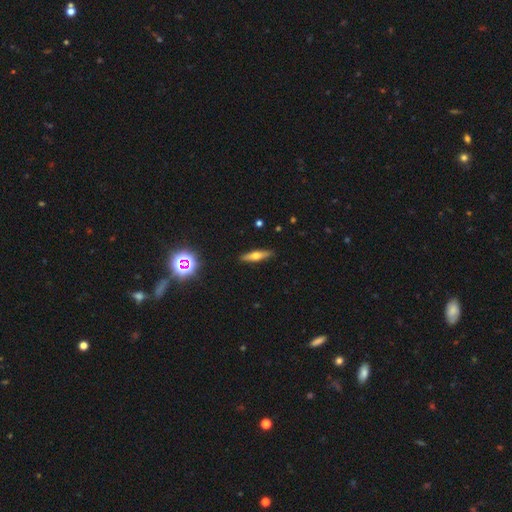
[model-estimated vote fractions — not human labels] Overall: smooth (45%, tied with featured or disk). Merging: none (90%).